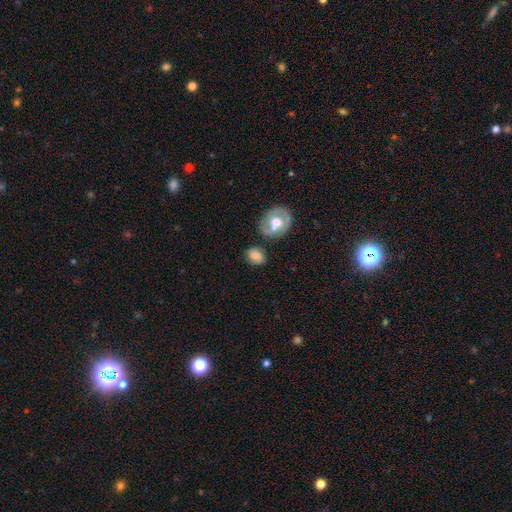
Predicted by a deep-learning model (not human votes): This appears to be a smooth galaxy with no disk features (73%) that is in between round and cigar-shaped (55%). Merging: none (68%).